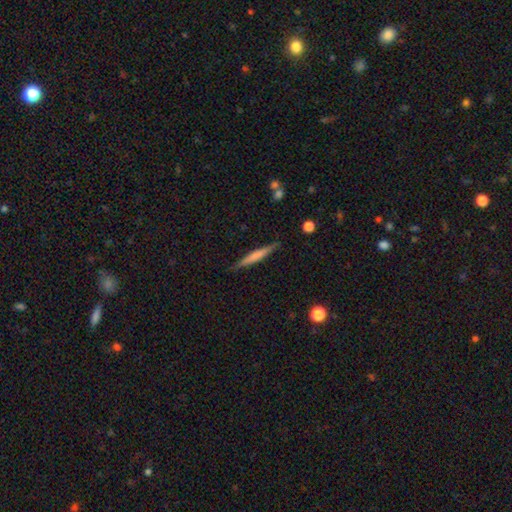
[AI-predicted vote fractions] smooth-or-featured: smooth: 57% | featured or disk: 37% | star or artifact: 6%
  how-rounded: cigar-shaped: 94% | in between: 4% | round: 1%
  merging: none: 87% | minor disturbance: 10% | major disturbance: 2% | merger: 1%